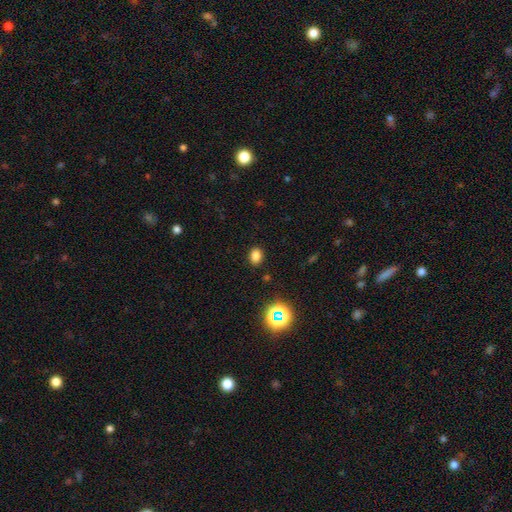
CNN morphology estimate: Overall: smooth (78%). How rounded: in between (64%; round 35%). Merging: none (88%).